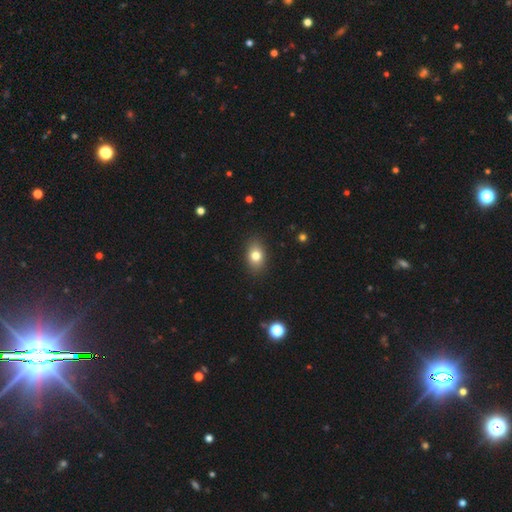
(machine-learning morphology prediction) The model was most divided on "how rounded": in between: 78%, round: 21%, cigar-shaped: 2%. More confident: merging — none (88%); smooth or featured — smooth (79%).